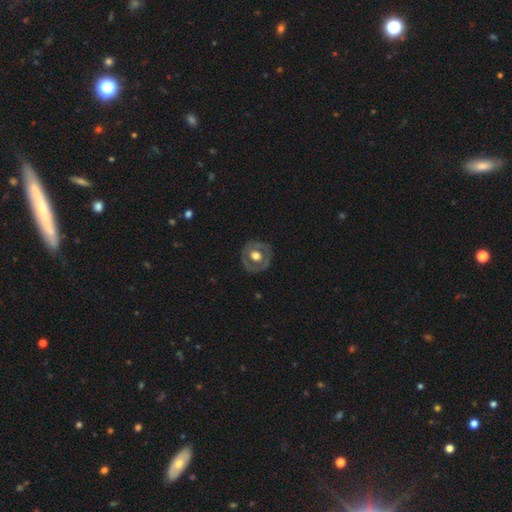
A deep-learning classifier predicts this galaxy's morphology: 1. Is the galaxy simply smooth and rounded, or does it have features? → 56% featured or disk, 39% smooth, 6% star or artifact.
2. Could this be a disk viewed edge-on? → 95% no, 5% yes.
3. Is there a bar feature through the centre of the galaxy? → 81% no, 14% weak, 4% strong.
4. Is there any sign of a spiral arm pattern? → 87% no, 13% yes.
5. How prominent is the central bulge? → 55% moderate, 39% large, 3% small, 2% dominant, 1% none.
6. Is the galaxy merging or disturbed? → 83% none, 11% minor disturbance, 4% major disturbance, 1% merger.